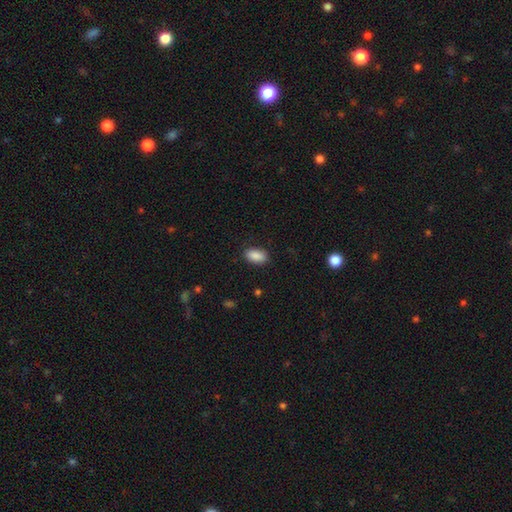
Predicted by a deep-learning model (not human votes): This appears to be a smooth galaxy with no disk features (89%) that is in between round and cigar-shaped (93%). Merging: none (87%).